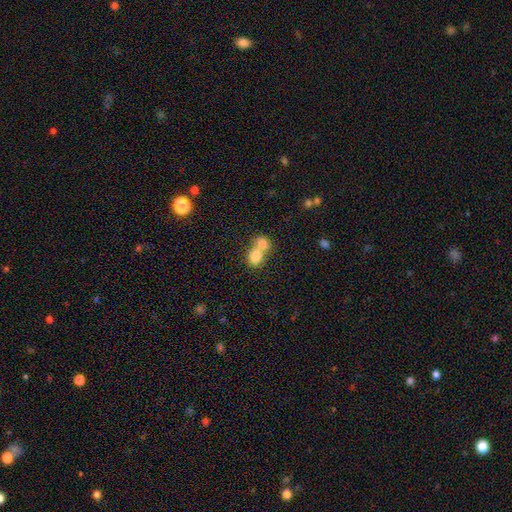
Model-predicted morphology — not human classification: Smooth or featured?
  - smooth: 79% *
  - featured or disk: 12%
  - star or artifact: 9%
How rounded?
  - round: 51% *
  - in between: 48%
  - cigar-shaped: 1%
Merging?
  - merger: 70% *
  - none: 23%
  - minor disturbance: 5%
  - major disturbance: 3%